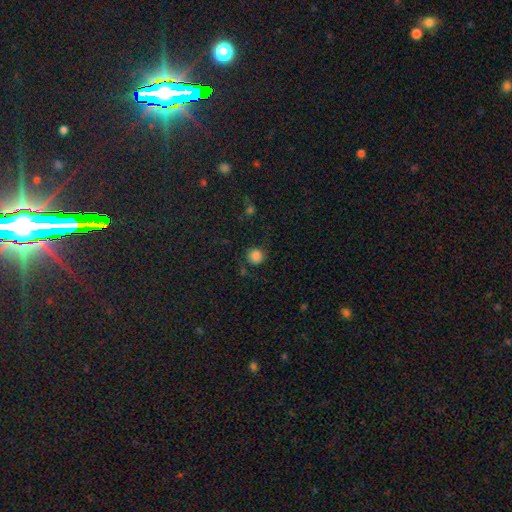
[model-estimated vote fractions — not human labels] A smooth galaxy with no disk features (83%) that is round (93%). Merging: none (79%).